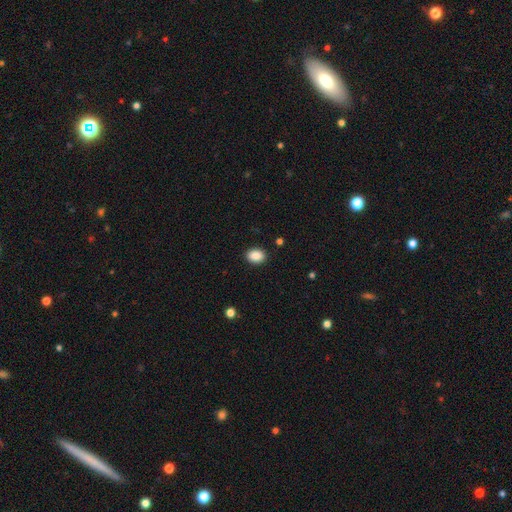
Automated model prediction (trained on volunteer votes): Smooth or featured? Predicted: smooth (p=0.88). How rounded? Predicted: in between (p=0.66). Merging? Predicted: none (p=0.90).